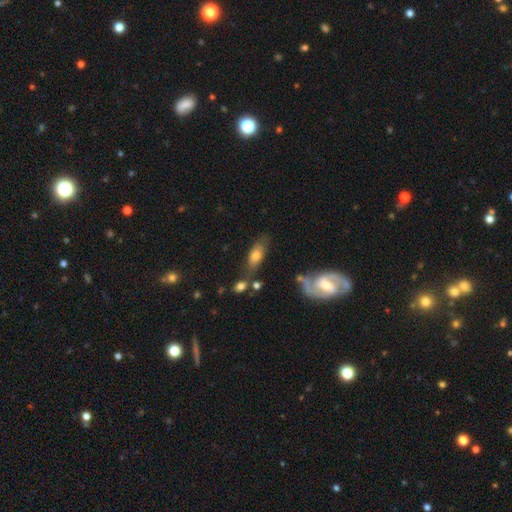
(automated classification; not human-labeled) Morphology: type=smooth (68%); roundness=in between (78%); merging=none (57%).